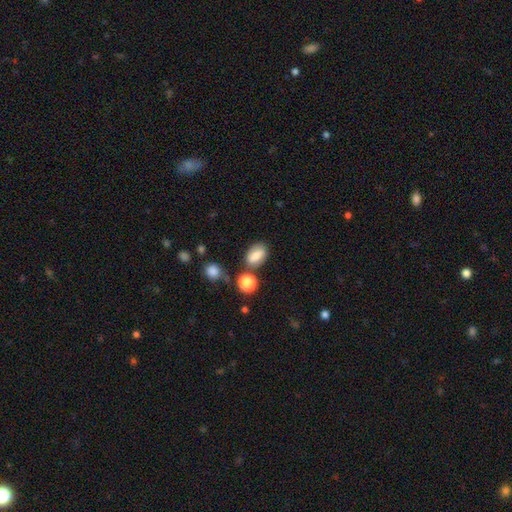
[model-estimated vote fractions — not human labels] smooth_or_featured: smooth (p=0.75) [alt: featured or disk p=0.15]
how_rounded: in between (p=0.81) [alt: round p=0.16]
merging: none (p=0.69) [alt: minor disturbance p=0.16]